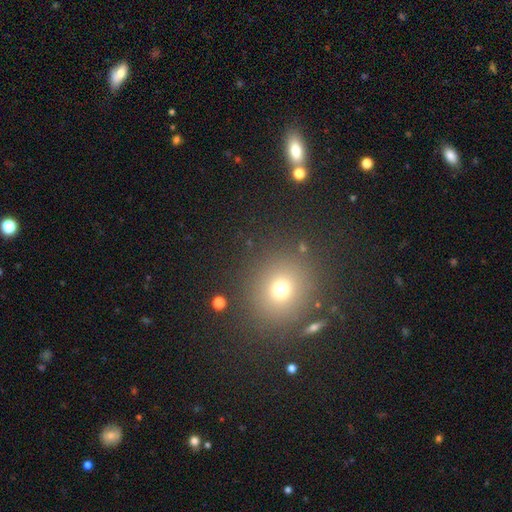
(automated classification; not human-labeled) smooth 57%, star or artifact 34%, featured or disk 9%. Down the decision tree: how rounded — round (88%); merging — none (88%).